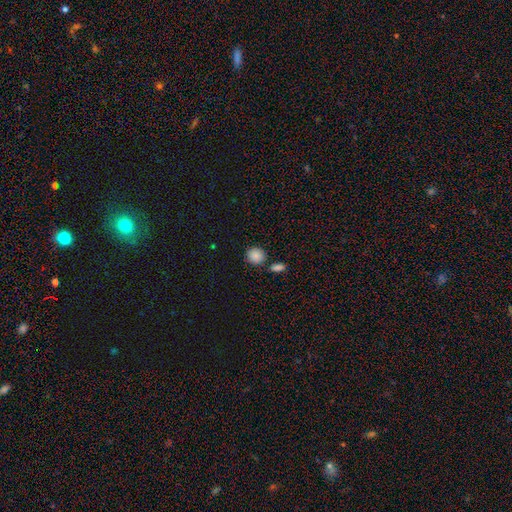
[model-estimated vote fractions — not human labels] A smooth galaxy with no disk features (88%) that is round (82%).

Vote fractions:
- Smooth or featured? smooth: 88% / star or artifact: 9% / featured or disk: 4%
- How rounded? round: 82% / in between: 17% / cigar-shaped: 1%
- Merging? none: 77% / merger: 10% / minor disturbance: 10% / major disturbance: 3%